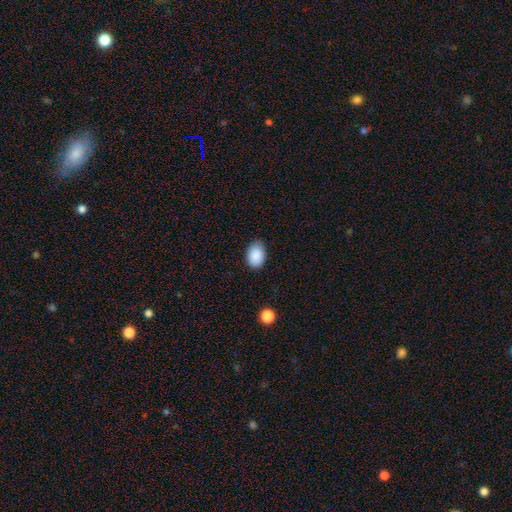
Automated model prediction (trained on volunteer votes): Morphology: type=smooth (89%); roundness=in between (81%); merging=none (78%).